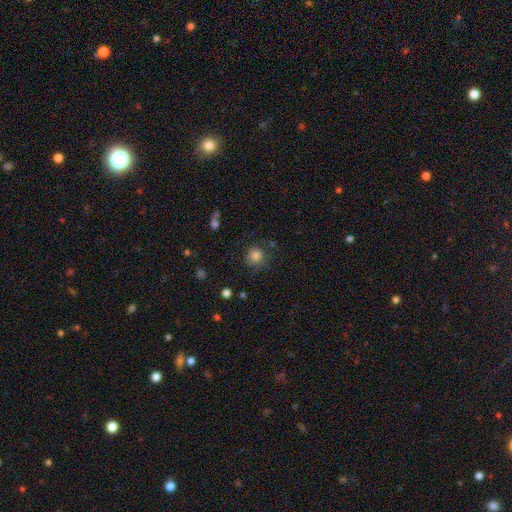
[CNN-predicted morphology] smooth 83%, star or artifact 11%, featured or disk 6%. Down the decision tree: how rounded — round (91%); merging — none (77%).